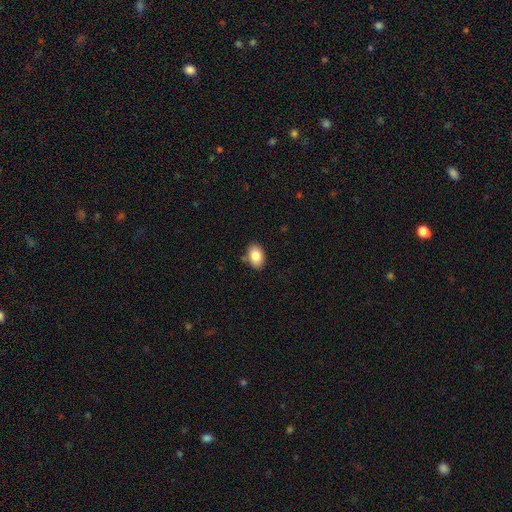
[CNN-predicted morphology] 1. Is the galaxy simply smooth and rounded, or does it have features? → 84% smooth, 9% featured or disk, 8% star or artifact.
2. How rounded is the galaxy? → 86% in between, 13% round, 1% cigar-shaped.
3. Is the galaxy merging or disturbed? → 82% none, 12% minor disturbance, 3% merger, 2% major disturbance.